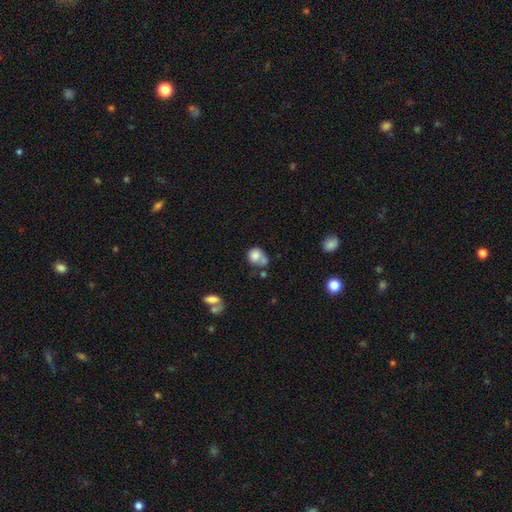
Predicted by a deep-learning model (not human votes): Morphology: type=smooth (76%); roundness=round (60%); merging=none (32%).